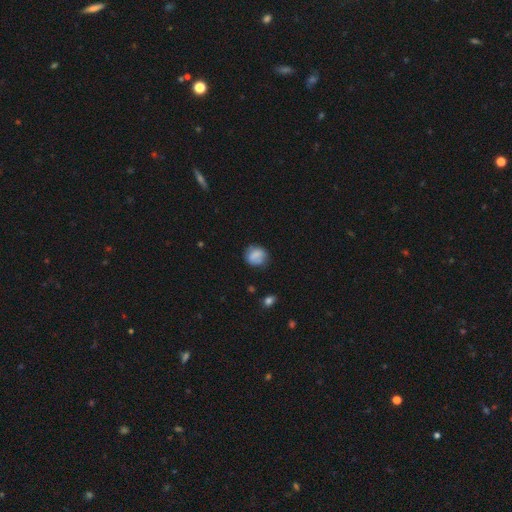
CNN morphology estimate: The model was most divided on "how rounded": round: 72%, in between: 27%, cigar-shaped: 1%. More confident: smooth or featured — smooth (77%); merging — none (71%).